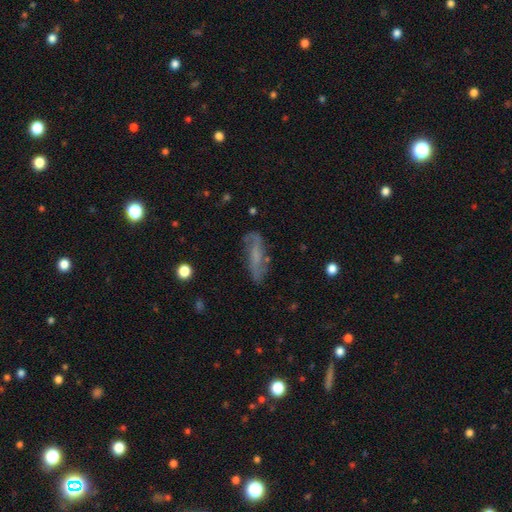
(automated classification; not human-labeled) Morphology: type=featured or disk (60%); edge-on=no (82%); merging=none (68%).